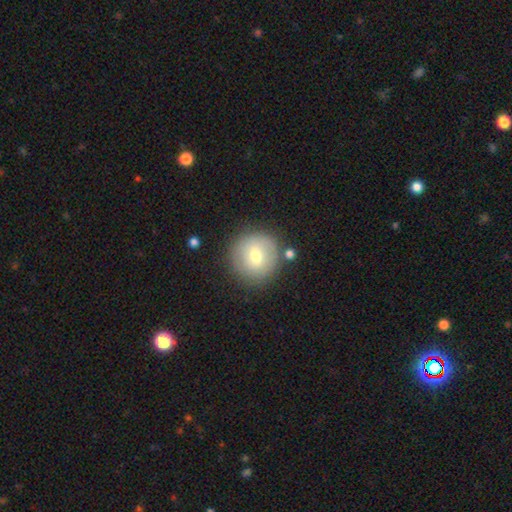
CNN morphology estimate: Q: Smooth or featured?
A: smooth (64%); runner-up: featured or disk (27%)
Q: How rounded?
A: round (94%); runner-up: in between (5%)
Q: Merging?
A: none (81%); runner-up: minor disturbance (11%)